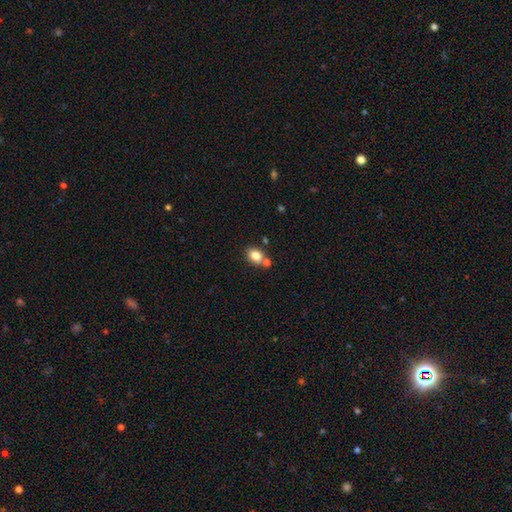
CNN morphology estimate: This appears to be a smooth galaxy with no disk features (82%) that is in between round and cigar-shaped (58%). Merging: none (65%).